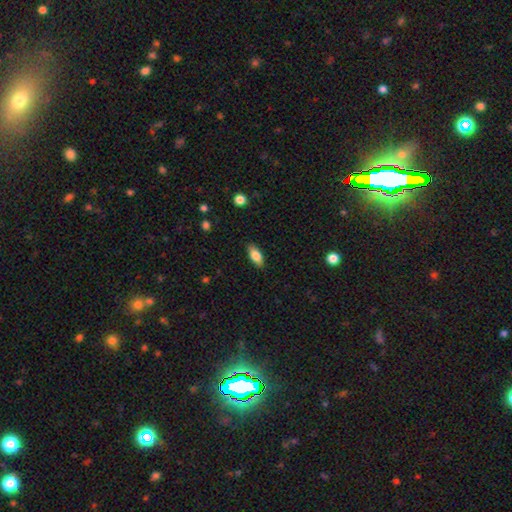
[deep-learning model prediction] Smooth or featured? smooth (78%)
How rounded? in between (83%)
Merging? none (87%)